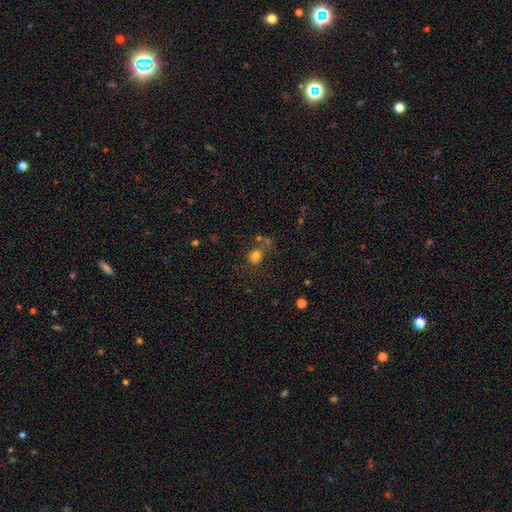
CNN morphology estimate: Smooth or featured? smooth (76%)
How rounded? round (69%)
Merging? none (57%)